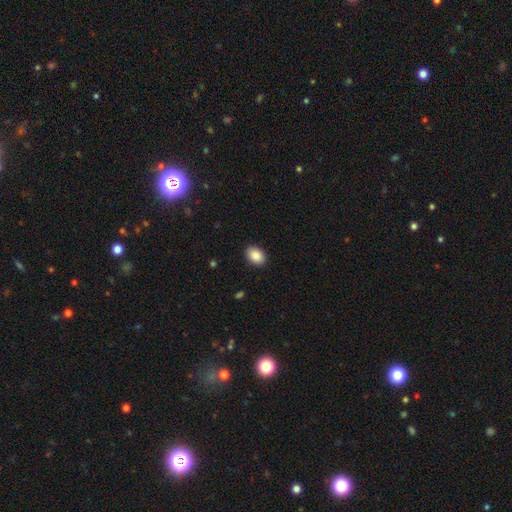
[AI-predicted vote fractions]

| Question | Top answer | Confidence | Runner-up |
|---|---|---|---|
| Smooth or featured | smooth | 89% | star or artifact (7%) |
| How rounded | in between | 76% | round (23%) |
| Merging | none | 90% | minor disturbance (7%) |